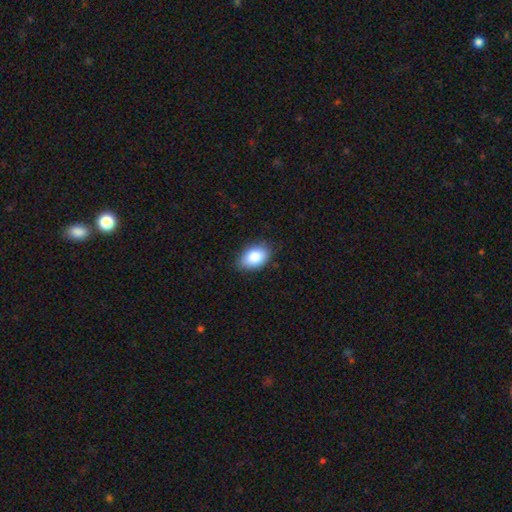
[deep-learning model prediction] This appears to be a smooth galaxy with no disk features (86%) that is in between round and cigar-shaped (90%). Merging: none (81%).